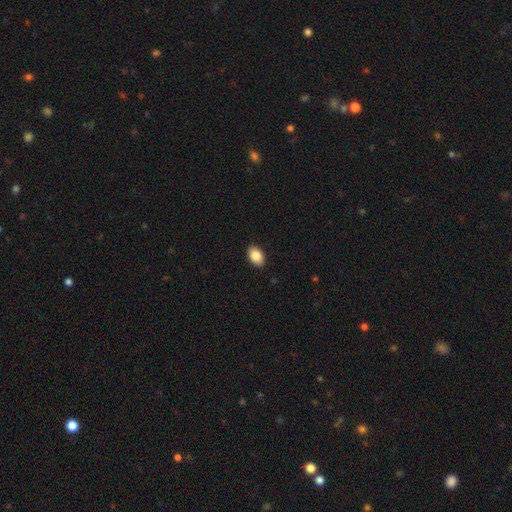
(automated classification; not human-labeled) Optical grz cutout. It shows a smooth galaxy with no disk features (86%) that is in between round and cigar-shaped (90%). Merging: none (90%).